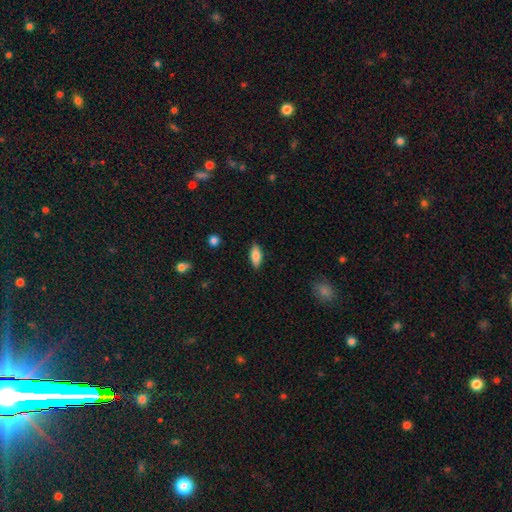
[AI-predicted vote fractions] Q: Smooth or featured?
A: smooth (83%); runner-up: featured or disk (10%)
Q: How rounded?
A: in between (77%); runner-up: cigar-shaped (21%)
Q: Merging?
A: none (86%); runner-up: minor disturbance (11%)